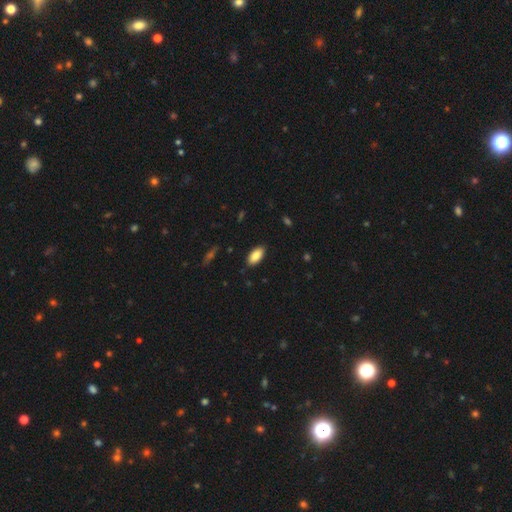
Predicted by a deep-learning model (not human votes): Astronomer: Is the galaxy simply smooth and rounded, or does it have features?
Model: smooth — 89%.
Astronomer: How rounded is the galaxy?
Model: in between — 92%.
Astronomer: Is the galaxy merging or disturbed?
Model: none — 88%.